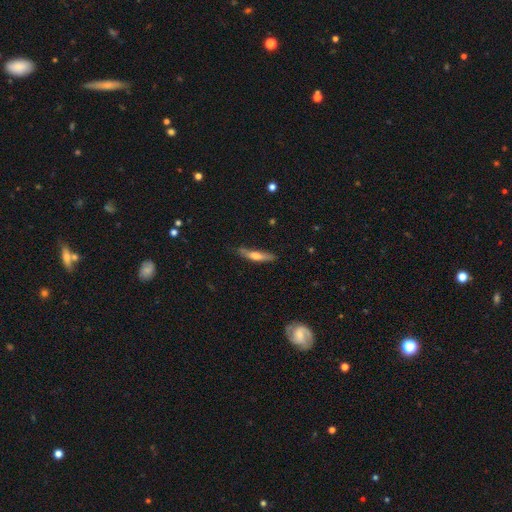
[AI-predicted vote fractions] smooth 55%, featured or disk 39%, star or artifact 6%. Down the decision tree: how rounded — cigar-shaped (85%); merging — none (69%).